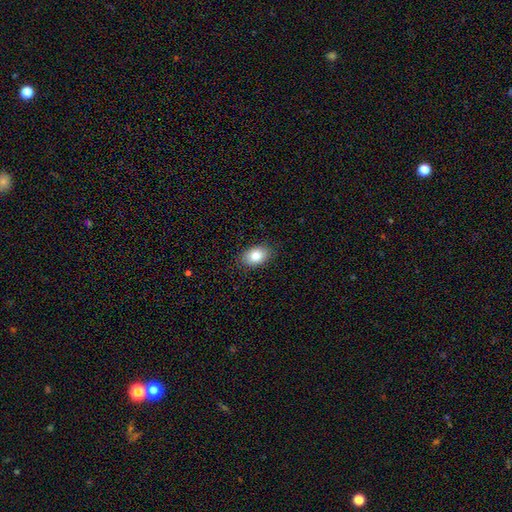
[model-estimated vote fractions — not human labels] A smooth galaxy with no disk features (83%) that is in between round and cigar-shaped (85%).

Vote fractions:
- Smooth or featured? smooth: 83% / featured or disk: 9% / star or artifact: 8%
- How rounded? in between: 85% / round: 14% / cigar-shaped: 1%
- Merging? none: 88% / minor disturbance: 9% / major disturbance: 2% / merger: 1%